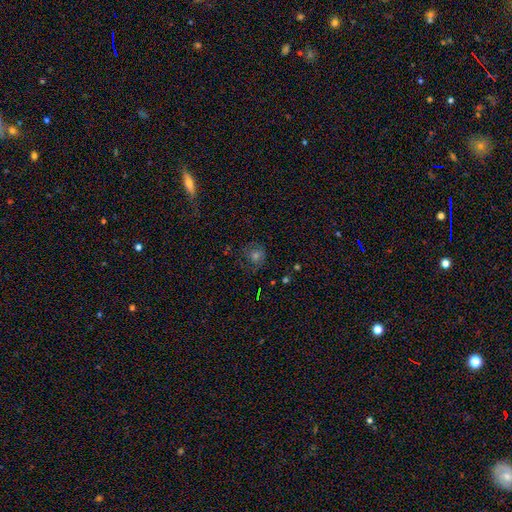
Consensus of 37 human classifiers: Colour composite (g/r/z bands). It shows a smooth galaxy with no disk features (57%) that is round (90%). Merging: none (63%).